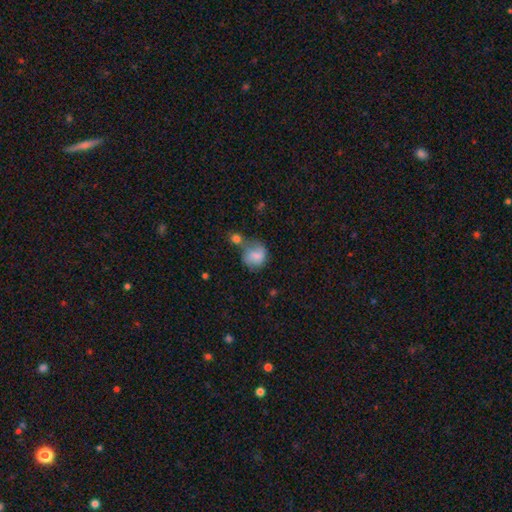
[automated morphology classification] A smooth galaxy with no disk features (74%) that is round (71%).

Vote fractions:
- Smooth or featured? smooth: 74% / featured or disk: 17% / star or artifact: 9%
- How rounded? round: 71% / in between: 28% / cigar-shaped: 1%
- Merging? none: 35% / merger: 28% / minor disturbance: 22% / major disturbance: 14%